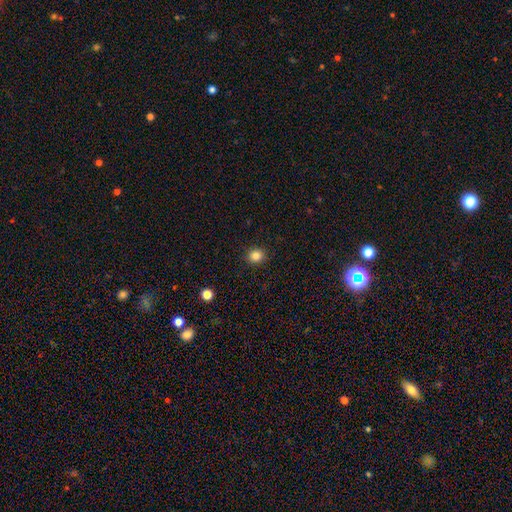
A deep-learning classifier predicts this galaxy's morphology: type=smooth (84%); roundness=round (84%); merging=none (91%).